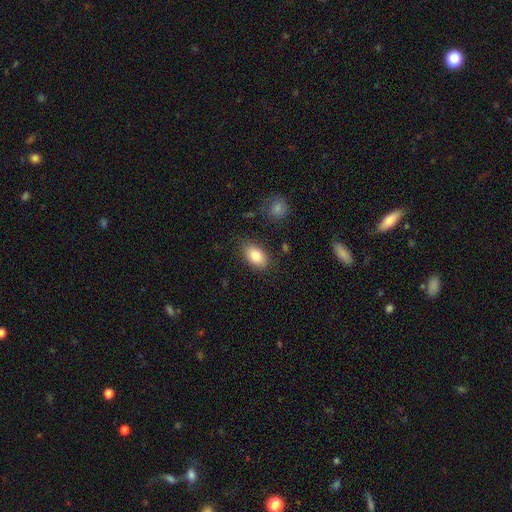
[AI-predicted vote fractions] Smooth or featured?
  - smooth: 83% *
  - featured or disk: 10%
  - star or artifact: 7%
How rounded?
  - in between: 91% *
  - round: 7%
  - cigar-shaped: 2%
Merging?
  - none: 83% *
  - minor disturbance: 12%
  - major disturbance: 3%
  - merger: 2%